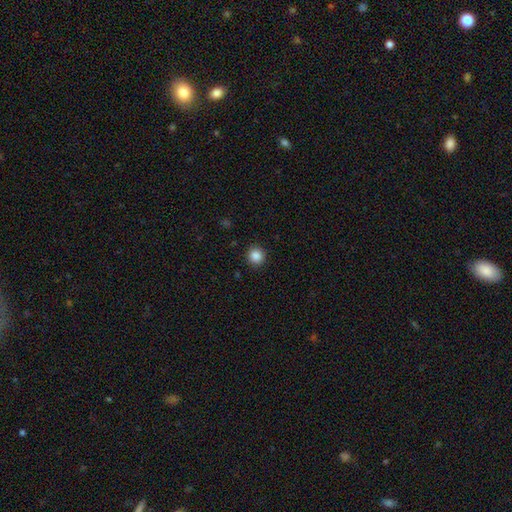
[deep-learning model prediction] smooth-or-featured: smooth: 86% | star or artifact: 10% | featured or disk: 3%
  how-rounded: round: 92% | in between: 7% | cigar-shaped: 1%
  merging: none: 92% | minor disturbance: 5% | major disturbance: 2% | merger: 1%